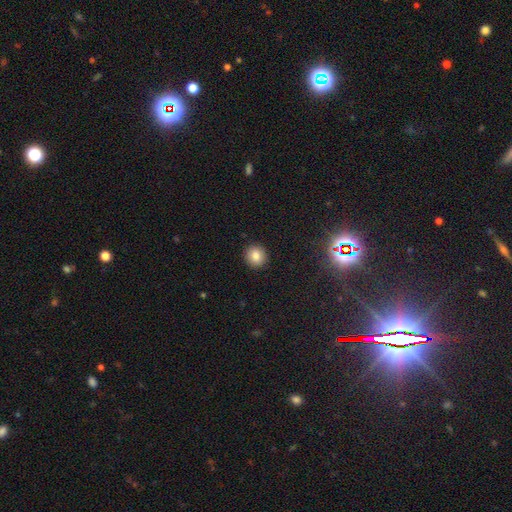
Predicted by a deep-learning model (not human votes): The model was most divided on "smooth or featured": smooth: 83%, star or artifact: 11%, featured or disk: 6%. More confident: merging — none (92%); how rounded — round (88%).